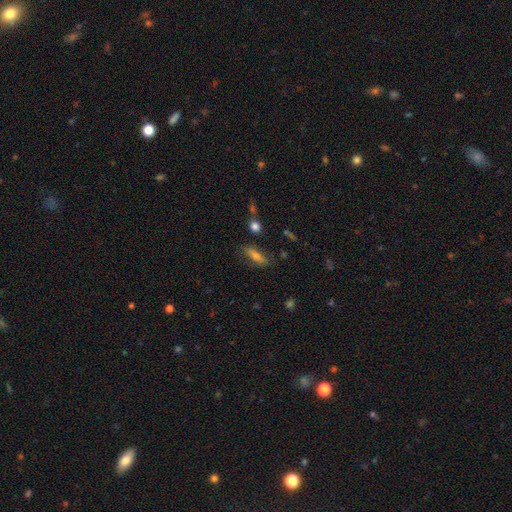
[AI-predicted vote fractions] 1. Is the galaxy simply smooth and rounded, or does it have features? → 58% smooth, 29% featured or disk, 13% star or artifact.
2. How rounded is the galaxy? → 56% cigar-shaped, 40% in between, 4% round.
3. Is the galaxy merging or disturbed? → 77% none, 15% minor disturbance, 5% major disturbance, 3% merger.